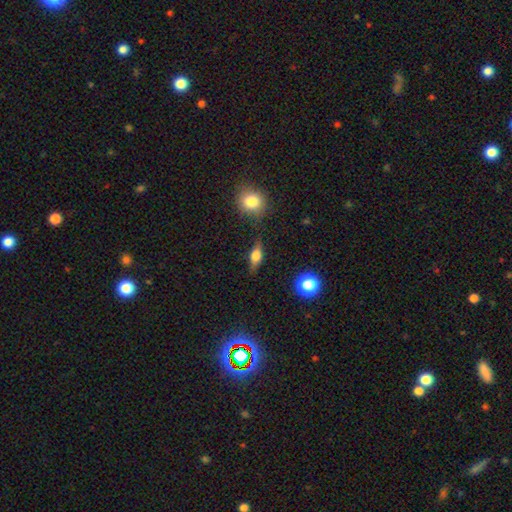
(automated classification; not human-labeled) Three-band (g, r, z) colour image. It shows a smooth galaxy with no disk features (53%) that is in between round and cigar-shaped (61%). Merging: none (77%).